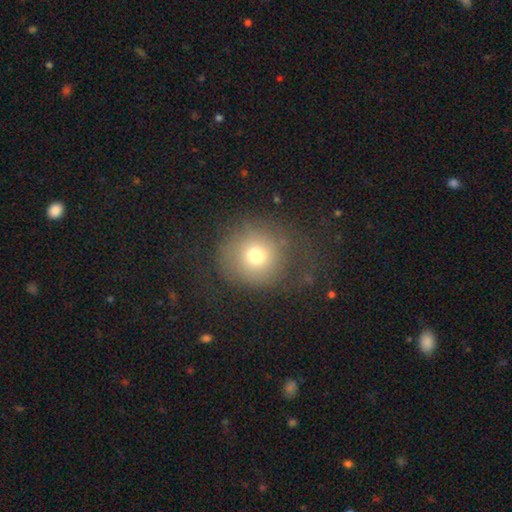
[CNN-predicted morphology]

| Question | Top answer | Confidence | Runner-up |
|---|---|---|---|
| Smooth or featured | smooth | 70% | featured or disk (15%) |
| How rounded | round | 91% | in between (8%) |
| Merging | none | 65% | major disturbance (17%) |